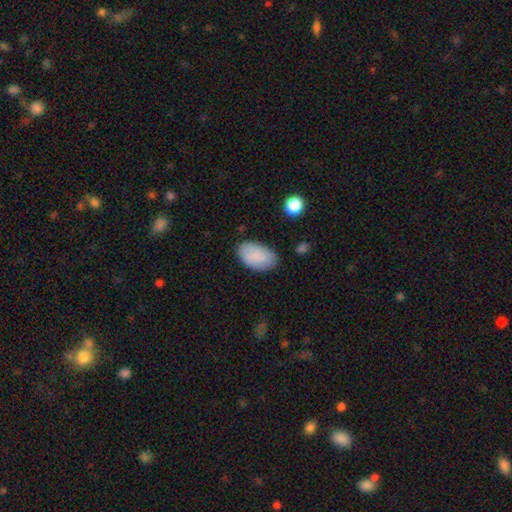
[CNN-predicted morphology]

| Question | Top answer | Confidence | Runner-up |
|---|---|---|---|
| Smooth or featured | smooth | 86% | featured or disk (7%) |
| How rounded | in between | 94% | round (4%) |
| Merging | none | 80% | minor disturbance (15%) |